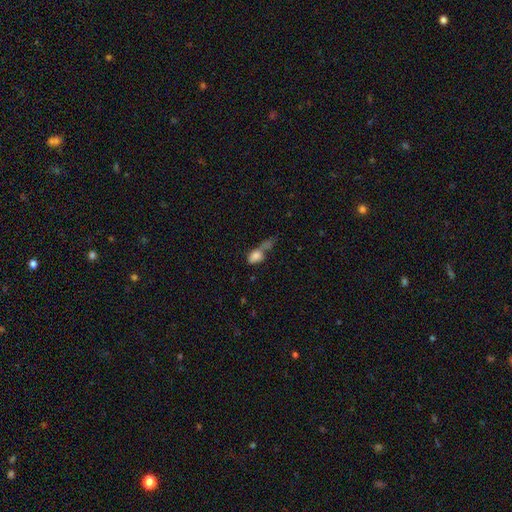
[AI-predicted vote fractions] Overall: smooth (74%). How rounded: in between (76%). Merging: merger (45%; major disturbance 22%).